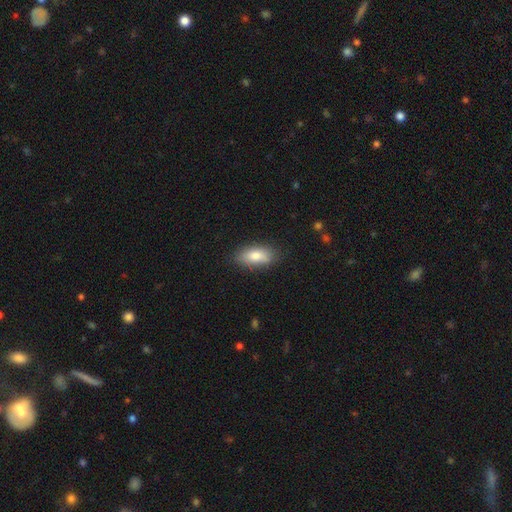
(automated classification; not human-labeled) Morphology: type=smooth (80%); roundness=in between (89%); merging=none (79%).